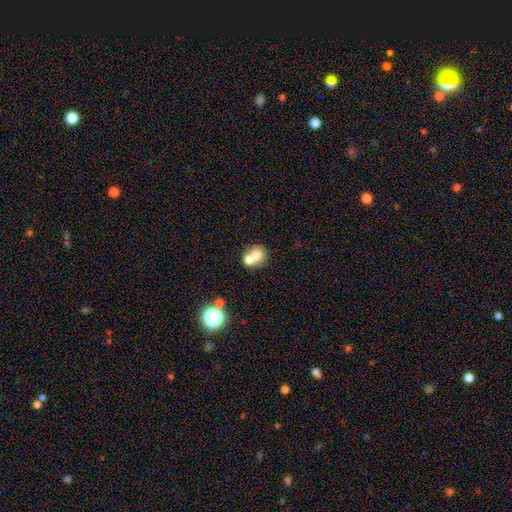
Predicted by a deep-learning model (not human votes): Smooth or featured? Predicted: smooth (p=0.70). How rounded? Predicted: round (p=0.72). Merging? Predicted: merger (p=0.56).